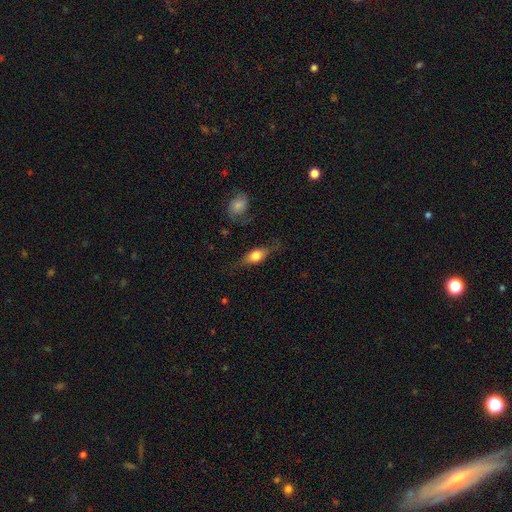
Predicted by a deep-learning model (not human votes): This is possibly a smooth galaxy (56%). How rounded: likely in between (69%). Merging: likely none (68%).